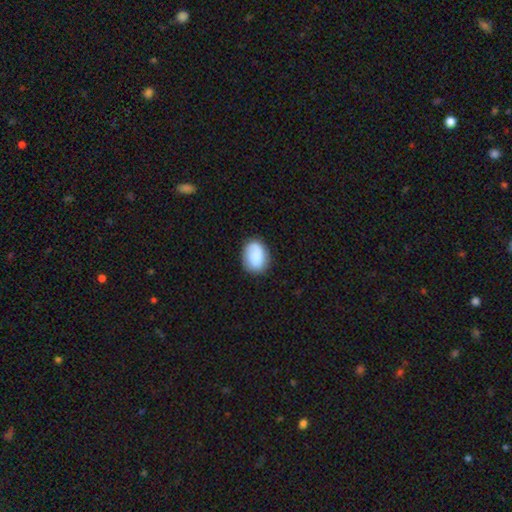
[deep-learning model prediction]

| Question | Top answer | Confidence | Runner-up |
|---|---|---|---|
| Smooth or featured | smooth | 84% | featured or disk (10%) |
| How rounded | in between | 69% | round (30%) |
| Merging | none | 77% | minor disturbance (17%) |